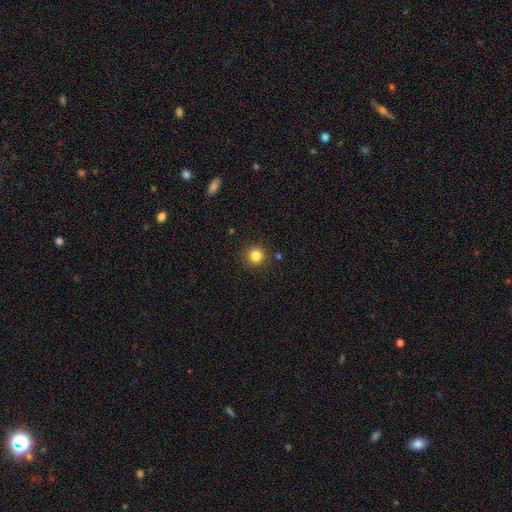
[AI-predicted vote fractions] Overall: smooth (84%). How rounded: round (94%). Merging: none (89%).